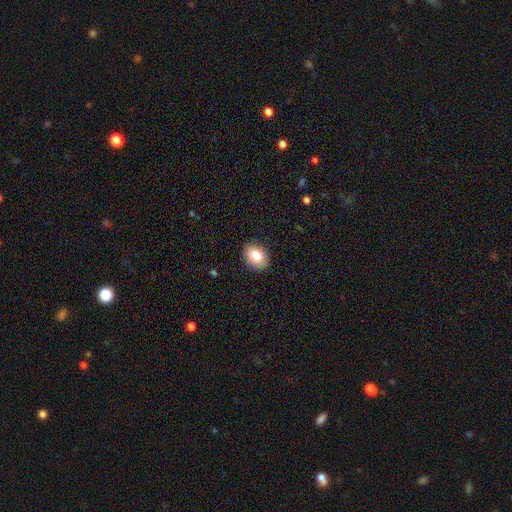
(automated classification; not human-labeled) Smooth or featured?
  - smooth: 83% *
  - featured or disk: 9%
  - star or artifact: 8%
How rounded?
  - in between: 68% *
  - round: 31%
  - cigar-shaped: 1%
Merging?
  - none: 88% *
  - minor disturbance: 9%
  - major disturbance: 2%
  - merger: 1%